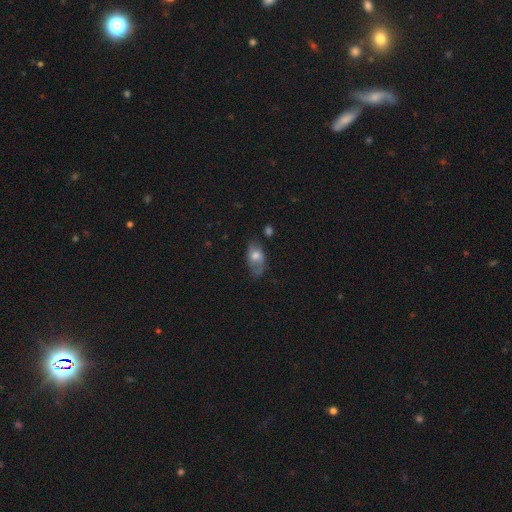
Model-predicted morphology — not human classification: smooth-or-featured: smooth: 56% | featured or disk: 36% | star or artifact: 8%
  how-rounded: in between: 88% | round: 8% | cigar-shaped: 3%
  merging: none: 59% | minor disturbance: 28% | major disturbance: 10% | merger: 3%